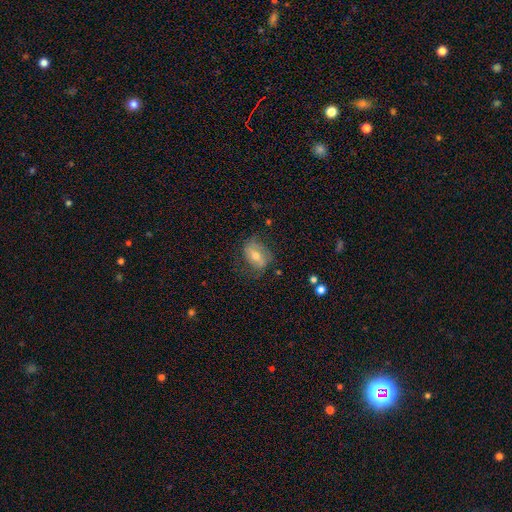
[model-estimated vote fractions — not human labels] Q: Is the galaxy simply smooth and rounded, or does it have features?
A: smooth — 49%.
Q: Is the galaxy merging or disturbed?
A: none — 62%.